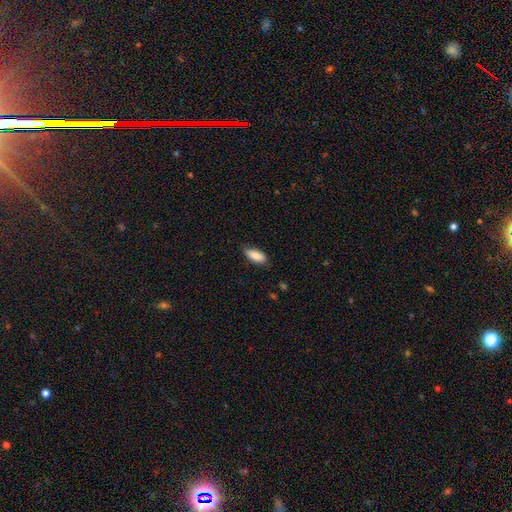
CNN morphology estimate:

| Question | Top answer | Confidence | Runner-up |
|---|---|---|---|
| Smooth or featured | smooth | 86% | featured or disk (8%) |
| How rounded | in between | 82% | cigar-shaped (16%) |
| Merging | none | 78% | minor disturbance (18%) |